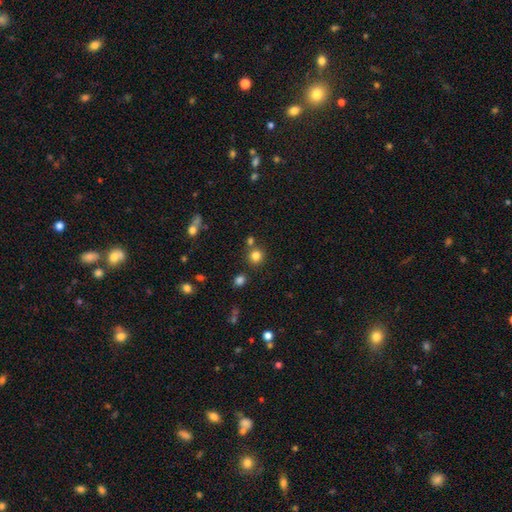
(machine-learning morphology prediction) Smooth or featured? Predicted: smooth (p=0.80). How rounded? Predicted: round (p=0.90). Merging? Predicted: none (p=0.76).